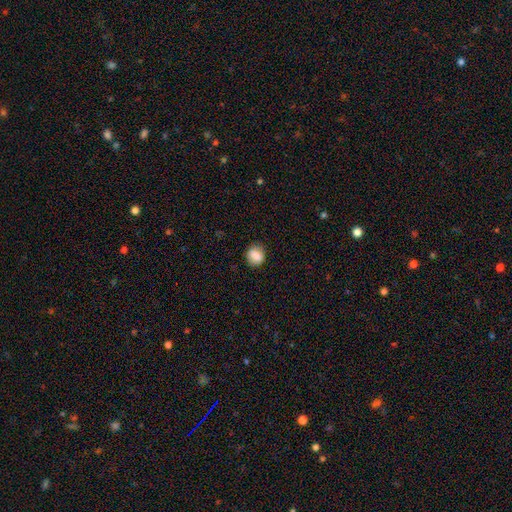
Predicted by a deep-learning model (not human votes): A smooth galaxy with no disk features (84%) that is round (61%). Merging: none (83%).